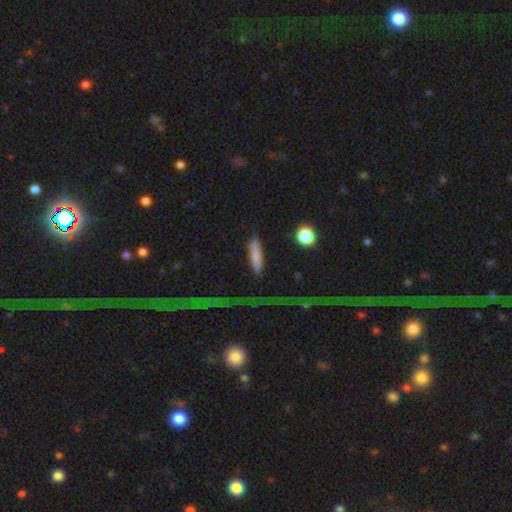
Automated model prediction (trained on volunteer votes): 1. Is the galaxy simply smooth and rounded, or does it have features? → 77% smooth, 14% featured or disk, 8% star or artifact.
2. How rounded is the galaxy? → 81% cigar-shaped, 16% in between, 3% round.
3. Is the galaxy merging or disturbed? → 79% none, 12% minor disturbance, 6% major disturbance, 3% merger.